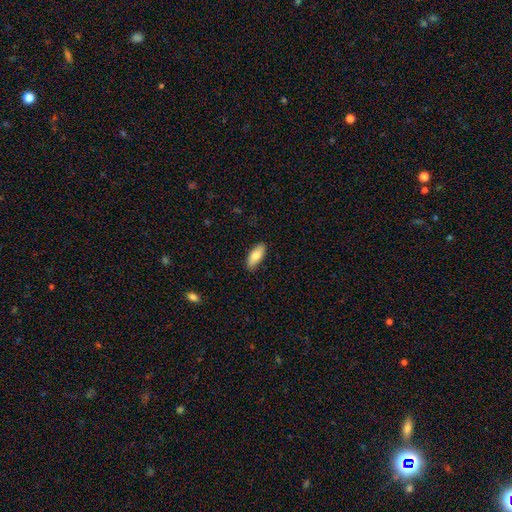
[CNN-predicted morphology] The model was most divided on "how rounded": in between: 82%, cigar-shaped: 16%, round: 2%. More confident: merging — none (86%); smooth or featured — smooth (83%).